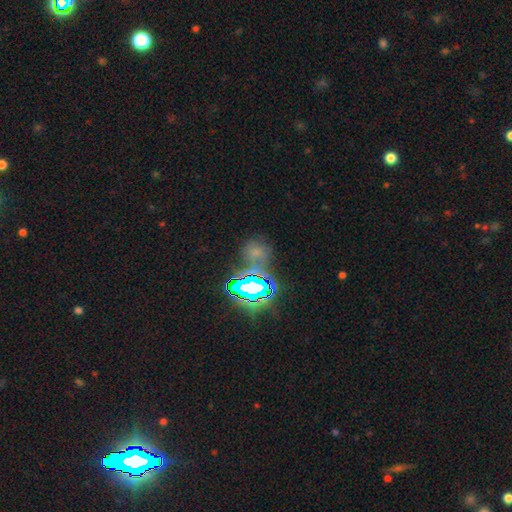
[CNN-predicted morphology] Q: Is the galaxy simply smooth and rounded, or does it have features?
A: star or artifact — 65%.